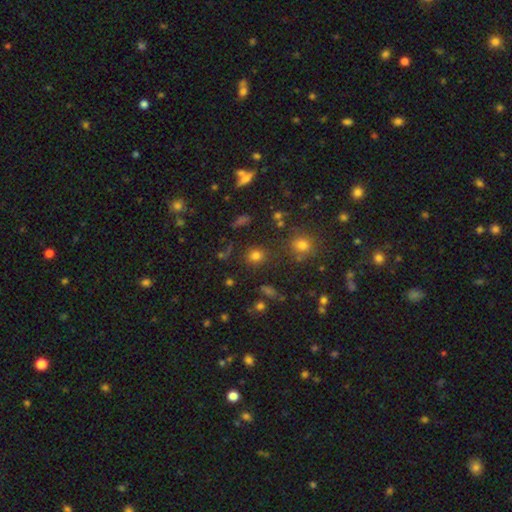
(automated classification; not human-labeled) This is likely a smooth galaxy (75%). How rounded: likely round (78%). Merging: clearly none (81%).